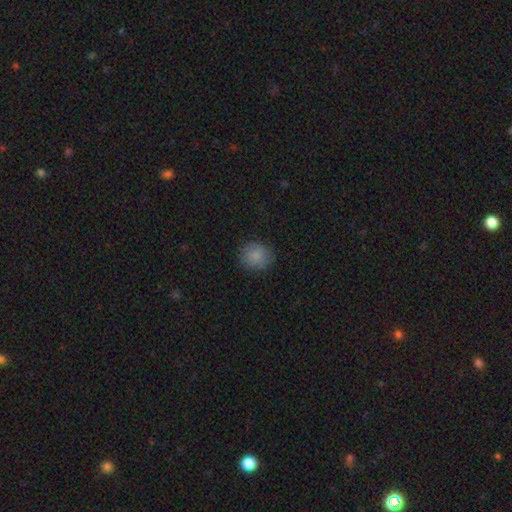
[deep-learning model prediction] This is clearly a smooth galaxy (86%). How rounded: clearly round (83%). Merging: clearly none (85%).